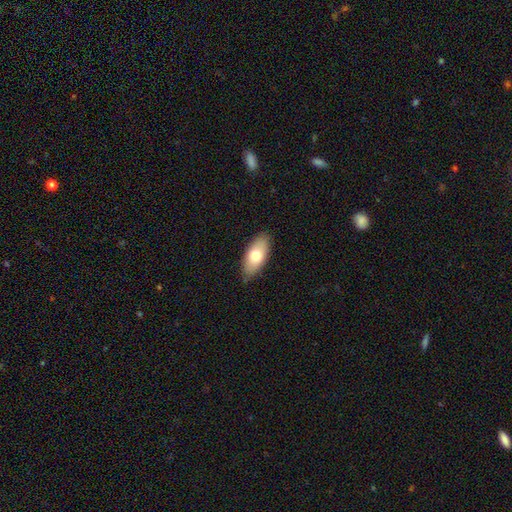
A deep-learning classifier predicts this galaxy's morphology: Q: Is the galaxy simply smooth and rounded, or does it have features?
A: smooth — 73%.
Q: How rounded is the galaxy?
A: in between — 87%.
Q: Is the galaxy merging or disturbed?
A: none — 84%.